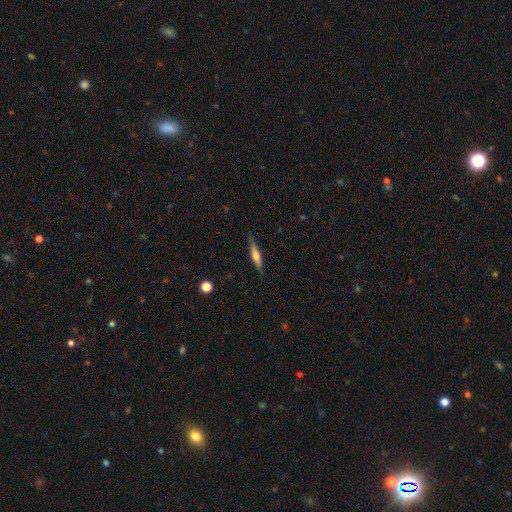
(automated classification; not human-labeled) Smooth or featured?
  - featured or disk: 53% *
  - smooth: 41%
  - star or artifact: 6%
Edge-on disk?
  - yes: 96% *
  - no: 4%
Edge-on bulge?
  - rounded: 77% *
  - boxy: 13%
  - none: 10%
Merging?
  - none: 84% *
  - minor disturbance: 13%
  - major disturbance: 2%
  - merger: 1%